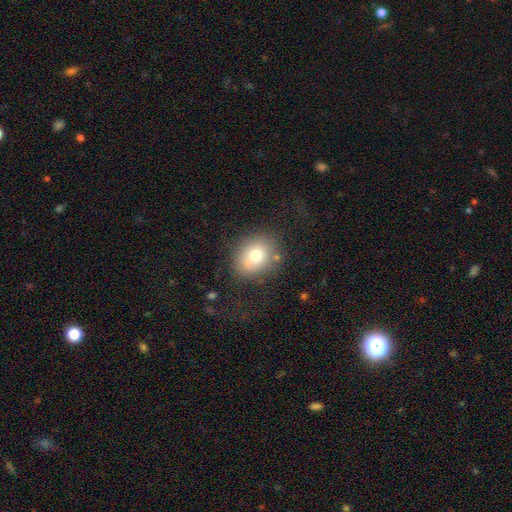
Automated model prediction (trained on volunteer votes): This is likely a smooth galaxy (74%). How rounded: possibly round (53%). Merging: likely none (73%).